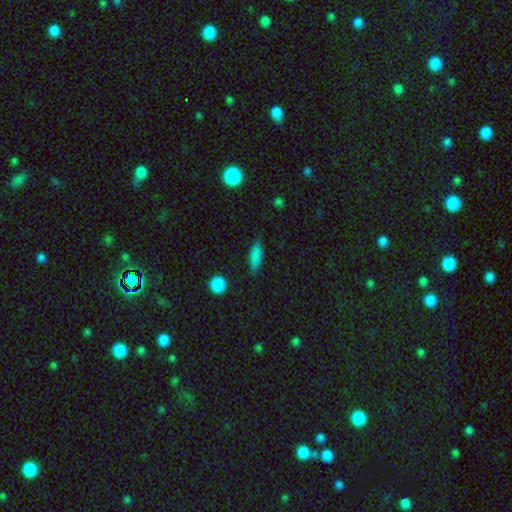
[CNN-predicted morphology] Smooth or featured: smooth — 82% (star or artifact — 10%)
How rounded: in between — 60% (cigar-shaped — 36%)
Merging: none — 78% (minor disturbance — 17%)